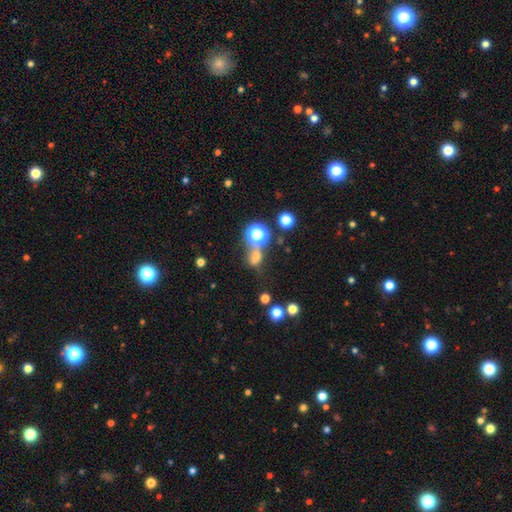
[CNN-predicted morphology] This is likely a smooth galaxy (61%). How rounded: possibly round (54%). Merging: possibly none (48%).